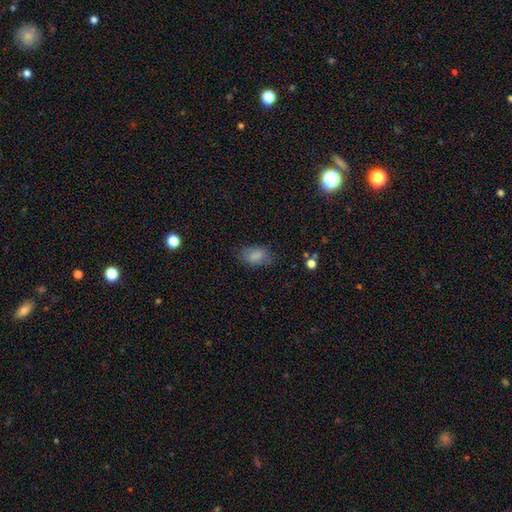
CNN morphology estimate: smooth-or-featured: smooth: 83% | star or artifact: 9% | featured or disk: 8%
  how-rounded: in between: 88% | round: 10% | cigar-shaped: 2%
  merging: none: 74% | minor disturbance: 19% | major disturbance: 6% | merger: 2%